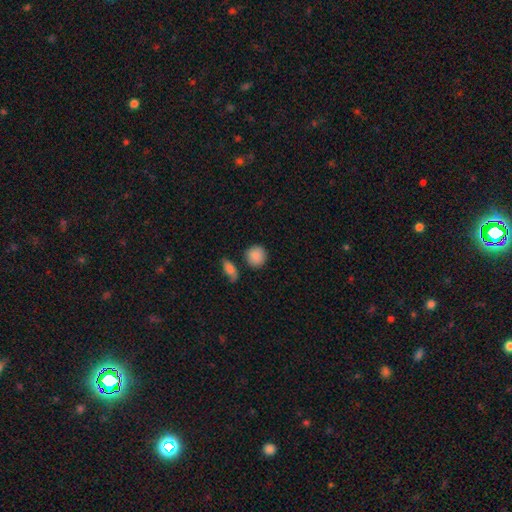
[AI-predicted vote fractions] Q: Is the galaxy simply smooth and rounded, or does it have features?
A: smooth — 88%.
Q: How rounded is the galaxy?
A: round — 87%.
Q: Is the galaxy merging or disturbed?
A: none — 81%.